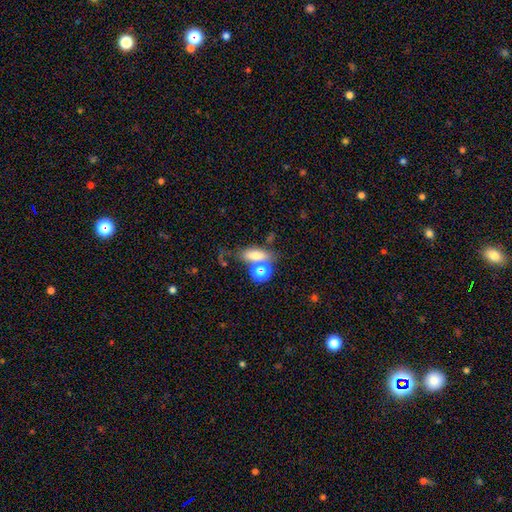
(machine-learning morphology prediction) The model was most divided on "merging": none: 49%, merger: 28%, minor disturbance: 14%, major disturbance: 9%. More confident: smooth or featured — smooth (67%); how rounded — in between (64%).